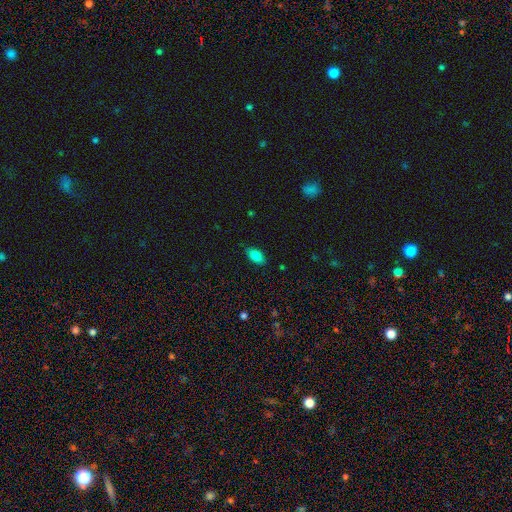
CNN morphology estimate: A smooth galaxy with no disk features (84%) that is in between round and cigar-shaped (91%). Merging: none (85%).